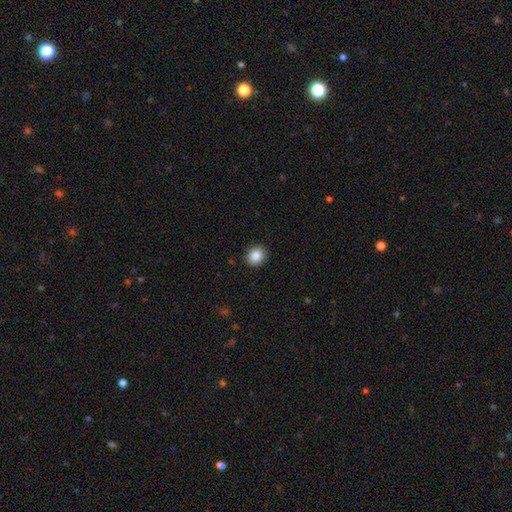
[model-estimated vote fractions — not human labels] Smooth or featured? smooth (86%)
How rounded? round (79%)
Merging? none (91%)